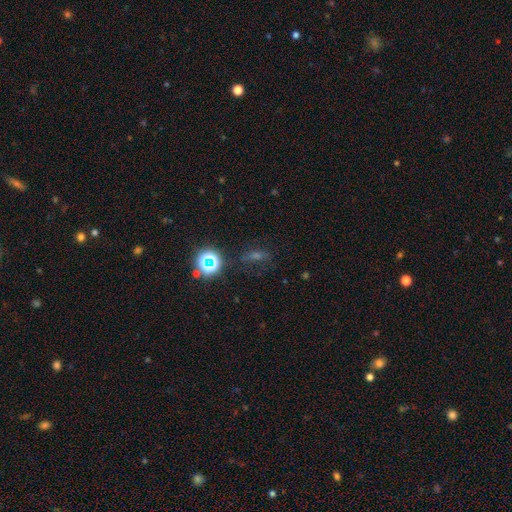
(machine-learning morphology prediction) This is possibly a star or artifact rather than a galaxy (50%).